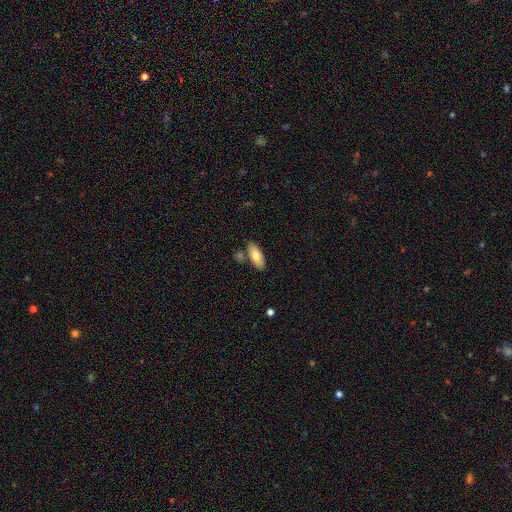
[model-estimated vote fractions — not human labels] This is likely a smooth galaxy (74%). How rounded: clearly in between (82%). Merging: likely none (77%).